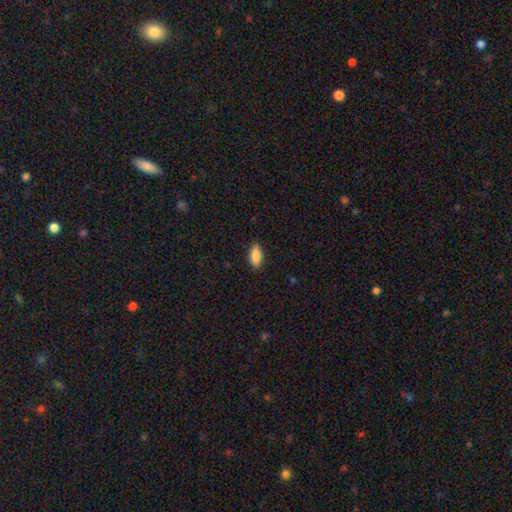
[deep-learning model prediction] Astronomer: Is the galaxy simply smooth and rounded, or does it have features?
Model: smooth — 86%.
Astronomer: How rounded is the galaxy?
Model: in between — 83%.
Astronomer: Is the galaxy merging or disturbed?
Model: none — 88%.